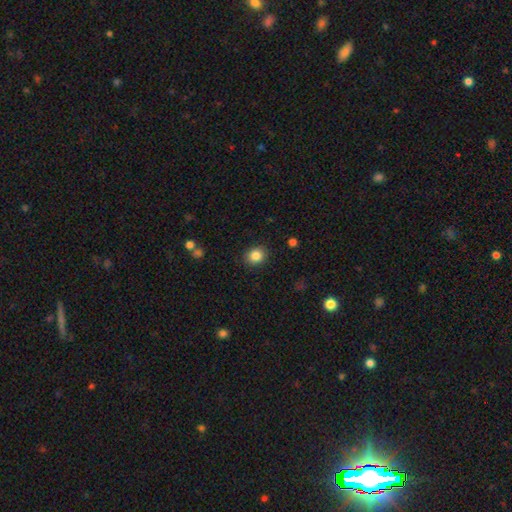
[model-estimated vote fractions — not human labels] This is clearly a smooth galaxy (85%). How rounded: likely round (70%). Merging: clearly none (89%).